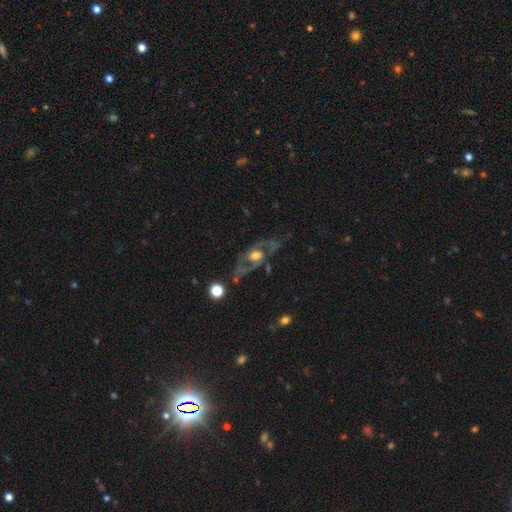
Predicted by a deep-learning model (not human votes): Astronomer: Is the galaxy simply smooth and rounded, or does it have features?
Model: featured or disk — 73%.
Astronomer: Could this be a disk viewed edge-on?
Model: no — 87%.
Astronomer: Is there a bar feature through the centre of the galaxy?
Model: no — 68%.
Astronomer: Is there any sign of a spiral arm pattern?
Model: yes — 61% (runner-up: no, 39%).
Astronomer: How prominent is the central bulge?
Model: moderate — 55%.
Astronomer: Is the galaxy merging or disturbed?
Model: none — 56%.